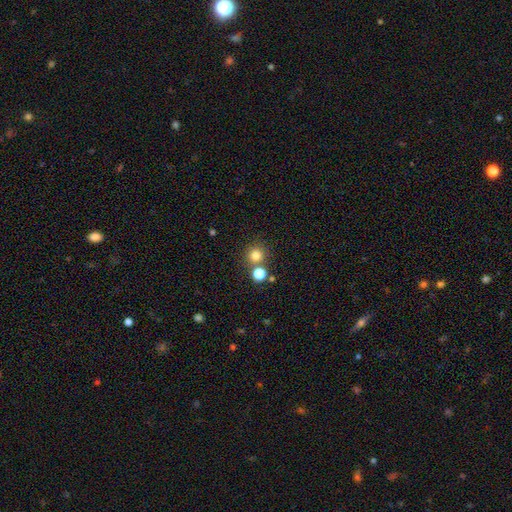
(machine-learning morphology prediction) Q: Smooth or featured?
A: smooth (79%); runner-up: star or artifact (15%)
Q: How rounded?
A: round (93%); runner-up: in between (6%)
Q: Merging?
A: none (74%); runner-up: merger (16%)